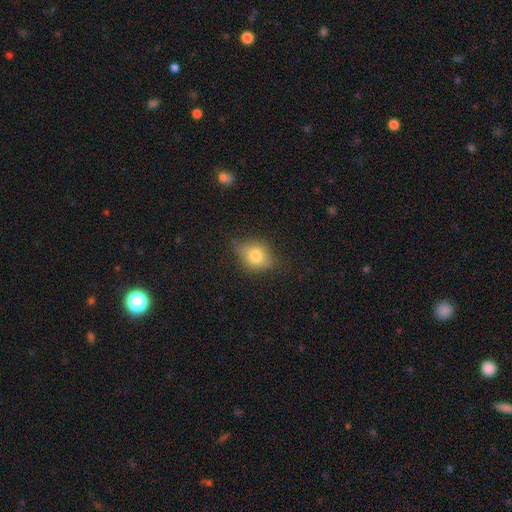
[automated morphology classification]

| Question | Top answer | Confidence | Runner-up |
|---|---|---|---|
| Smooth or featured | smooth | 70% | featured or disk (20%) |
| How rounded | in between | 60% | round (38%) |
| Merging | none | 67% | minor disturbance (25%) |